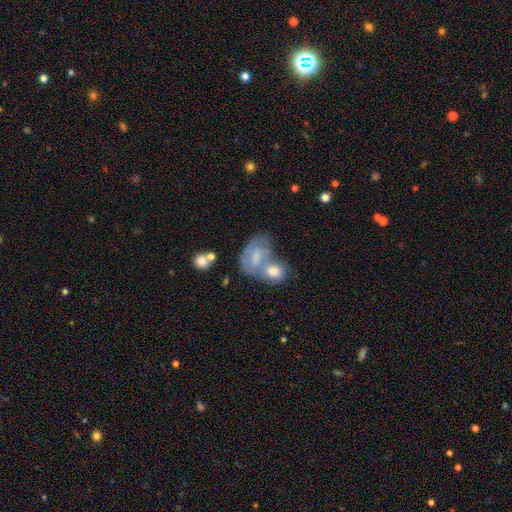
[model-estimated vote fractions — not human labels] Overall: smooth (50%; featured or disk 42%). Merging: merger (52%; none 22%).